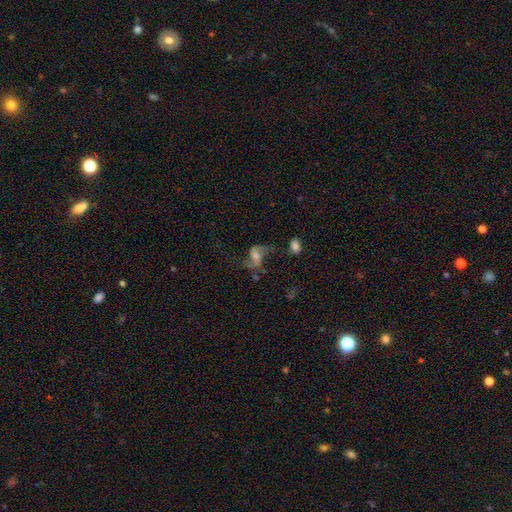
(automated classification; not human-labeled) smooth_or_featured: featured or disk (p=0.83) [alt: smooth p=0.09]
disk_edge_on: no (p=0.97) [alt: yes p=0.03]
bar: weak (p=0.46) [alt: no p=0.37]
has_spiral_arms: yes (p=0.95) [alt: no p=0.05]
spiral_winding: loose (p=0.69) [alt: medium p=0.26]
spiral_arm_count: 2 (p=0.92) [alt: 1 p=0.03]
bulge_size: moderate (p=0.38) [alt: small p=0.27]
merging: none (p=0.63) [alt: minor disturbance p=0.16]